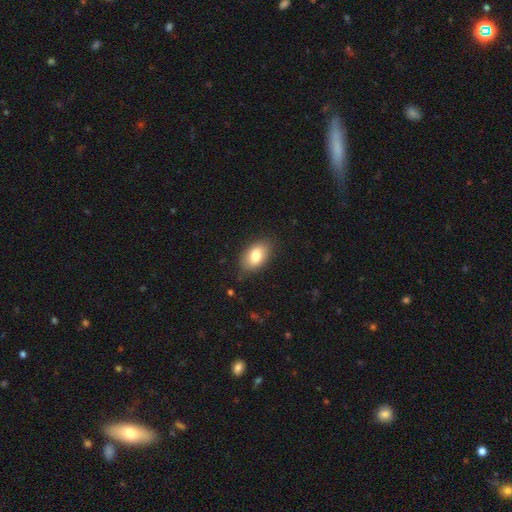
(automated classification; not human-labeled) Q: Smooth or featured?
A: smooth (81%); runner-up: featured or disk (12%)
Q: How rounded?
A: in between (91%); runner-up: round (8%)
Q: Merging?
A: none (84%); runner-up: minor disturbance (12%)